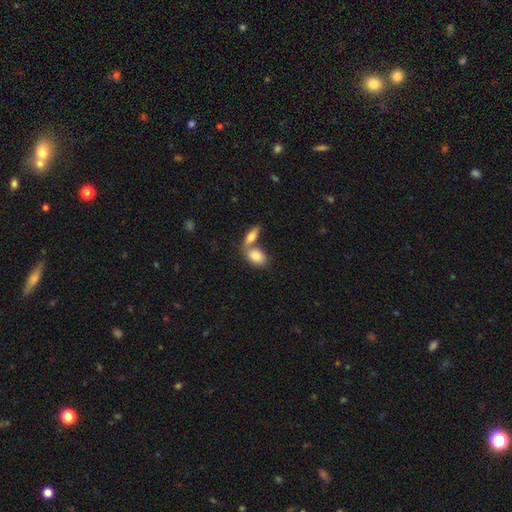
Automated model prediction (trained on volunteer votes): Smooth or featured?
  - smooth: 80% *
  - featured or disk: 13%
  - star or artifact: 6%
How rounded?
  - in between: 88% *
  - round: 9%
  - cigar-shaped: 3%
Merging?
  - merger: 51% *
  - none: 38%
  - minor disturbance: 8%
  - major disturbance: 3%